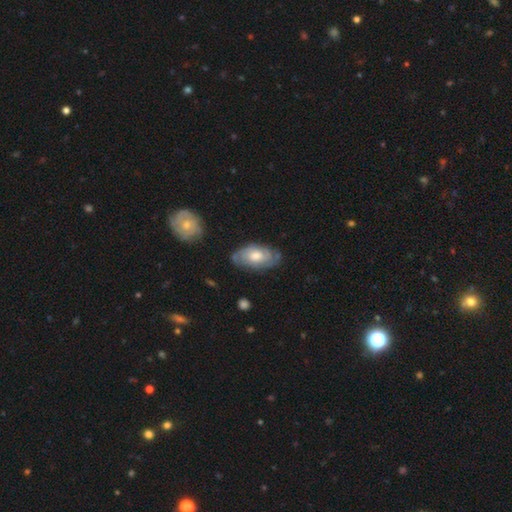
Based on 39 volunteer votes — smooth_or_featured: featured or disk (p=0.74) [alt: smooth p=0.23]
disk_edge_on: no (p=0.83) [alt: yes p=0.17]
bar: no (p=0.71) [alt: weak p=0.25]
has_spiral_arms: yes (p=0.79) [alt: no p=0.21]
spiral_winding: tight (p=0.95) [alt: medium p=0.05]
spiral_arm_count: can't tell (p=0.53) [alt: 2 p=0.37]
bulge_size: moderate (p=0.79) [alt: small p=0.12]
merging: none (p=0.79) [alt: major disturbance p=0.13]